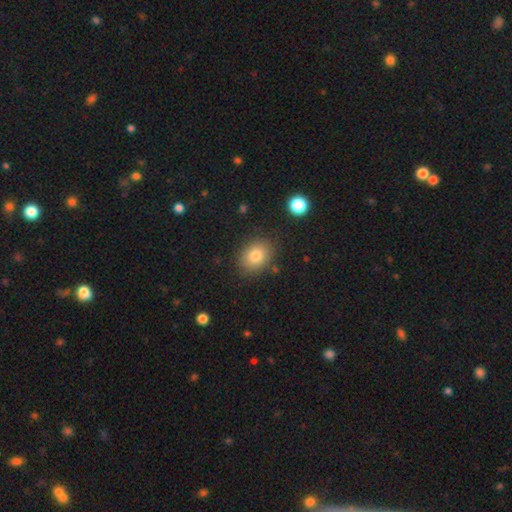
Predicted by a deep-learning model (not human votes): Smooth or featured?
  - smooth: 81% *
  - star or artifact: 10%
  - featured or disk: 9%
How rounded?
  - in between: 55% *
  - round: 44%
  - cigar-shaped: 1%
Merging?
  - none: 84% *
  - minor disturbance: 11%
  - major disturbance: 3%
  - merger: 2%